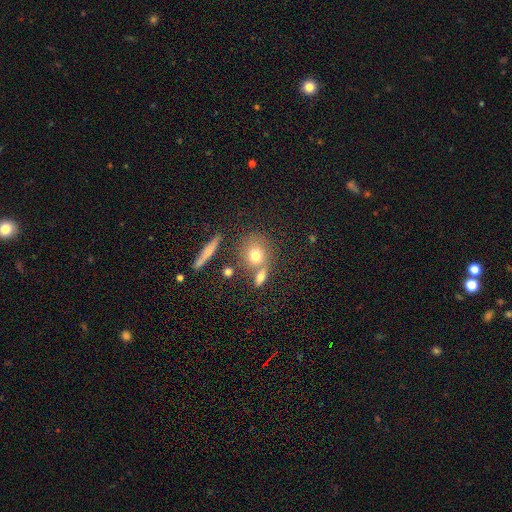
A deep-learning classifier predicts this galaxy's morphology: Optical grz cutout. It shows a smooth galaxy with no disk features (70%) that is round (71%). Merging: none (59%).